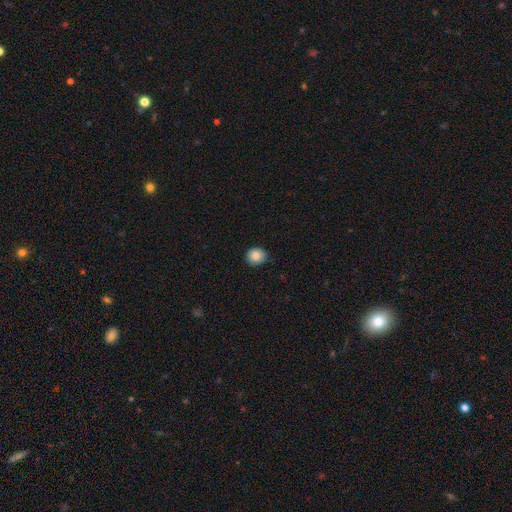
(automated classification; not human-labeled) smooth 86%, star or artifact 9%, featured or disk 5%. Down the decision tree: how rounded — round (85%); merging — none (88%).